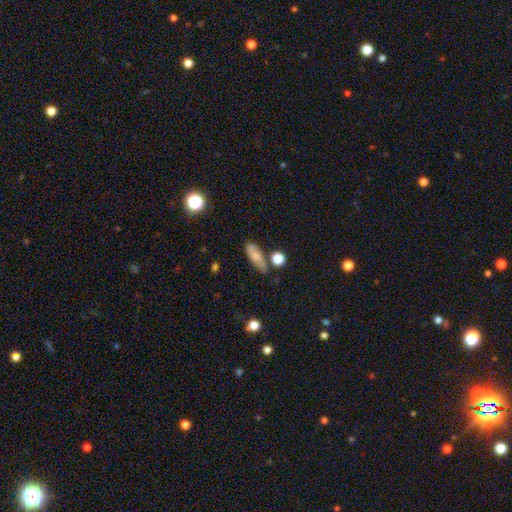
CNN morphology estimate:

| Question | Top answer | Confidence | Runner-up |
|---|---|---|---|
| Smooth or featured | smooth | 73% | featured or disk (18%) |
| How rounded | in between | 60% | cigar-shaped (34%) |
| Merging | none | 59% | minor disturbance (25%) |